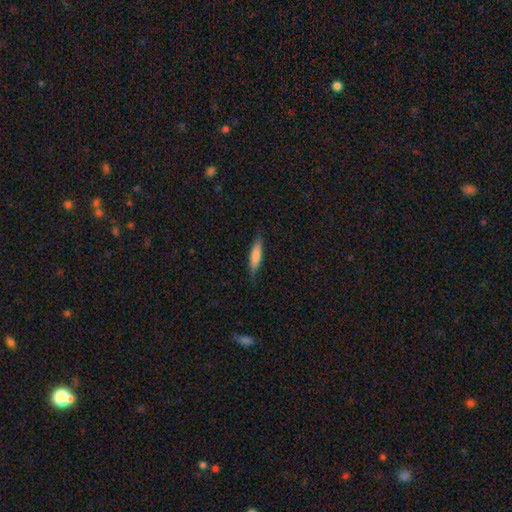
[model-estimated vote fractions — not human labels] Smooth or featured?
  - smooth: 75% *
  - featured or disk: 19%
  - star or artifact: 6%
How rounded?
  - cigar-shaped: 77% *
  - in between: 21%
  - round: 2%
Merging?
  - none: 83% *
  - minor disturbance: 14%
  - major disturbance: 3%
  - merger: 1%